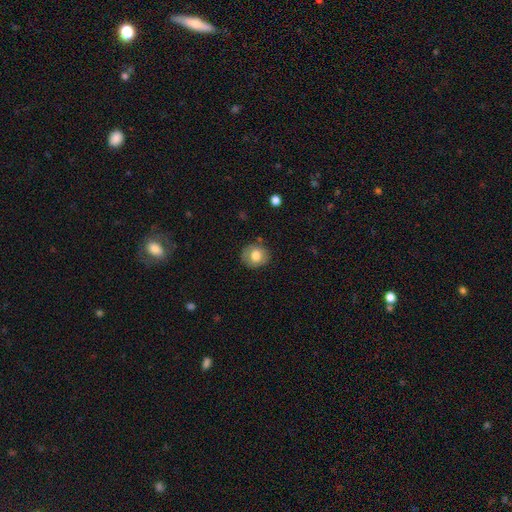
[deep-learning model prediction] Smooth or featured? Predicted: smooth (p=0.76). How rounded? Predicted: round (p=0.79). Merging? Predicted: none (p=0.83).